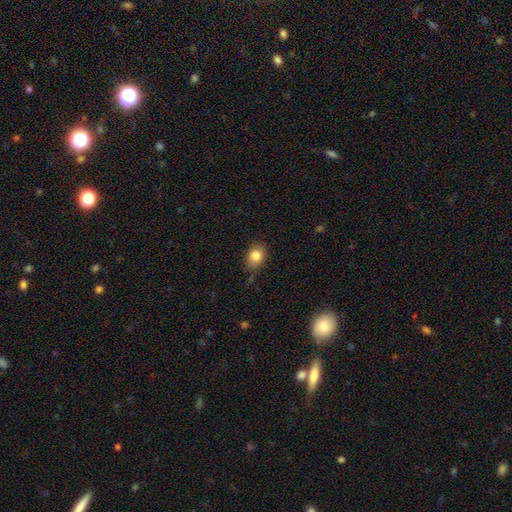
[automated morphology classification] type=smooth (83%); roundness=round (50%); merging=none (78%).